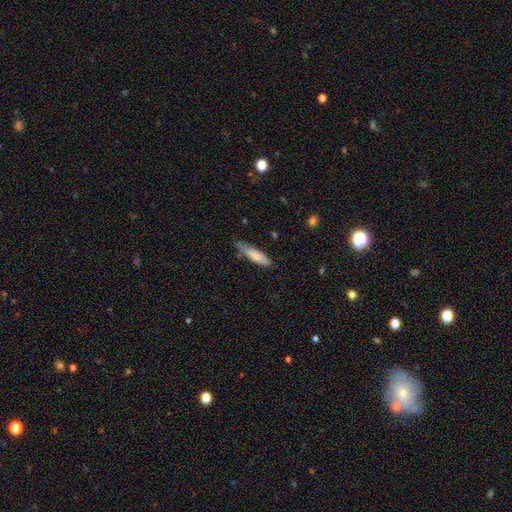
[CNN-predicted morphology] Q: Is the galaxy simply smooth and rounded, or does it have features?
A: smooth — 78%.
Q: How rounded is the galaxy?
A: cigar-shaped — 74%.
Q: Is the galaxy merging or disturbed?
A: none — 62%.